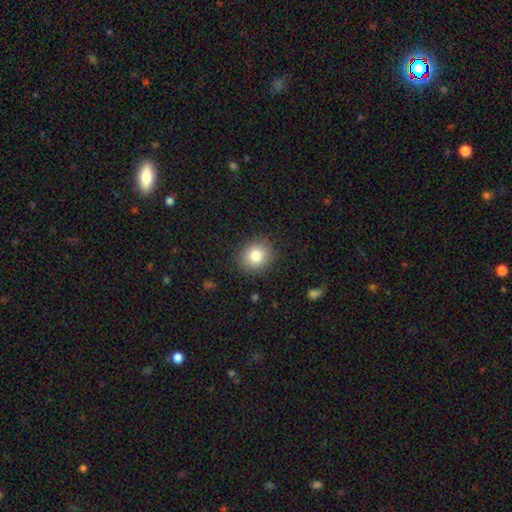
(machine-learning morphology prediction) A smooth galaxy with no disk features (82%) that is round (78%). Merging: none (89%).